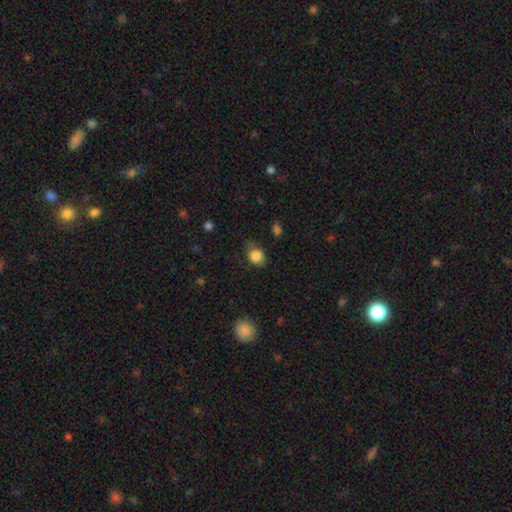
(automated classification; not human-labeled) smooth-or-featured: smooth: 84% | star or artifact: 10% | featured or disk: 6%
  how-rounded: round: 62% | in between: 37% | cigar-shaped: 1%
  merging: none: 67% | minor disturbance: 25% | major disturbance: 6% | merger: 2%